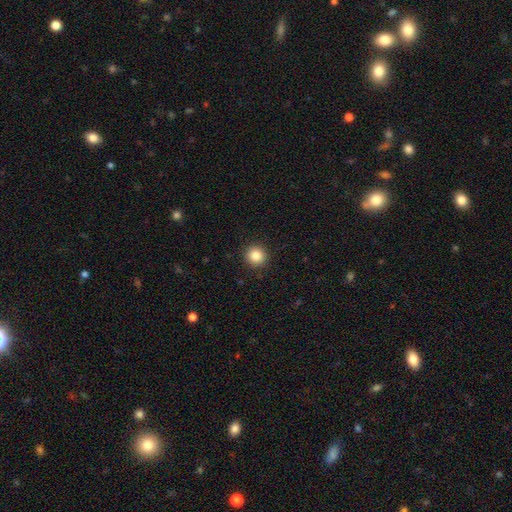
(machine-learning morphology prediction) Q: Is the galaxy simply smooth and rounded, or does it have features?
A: smooth — 85%.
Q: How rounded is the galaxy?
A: round — 93%.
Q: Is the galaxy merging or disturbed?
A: none — 92%.